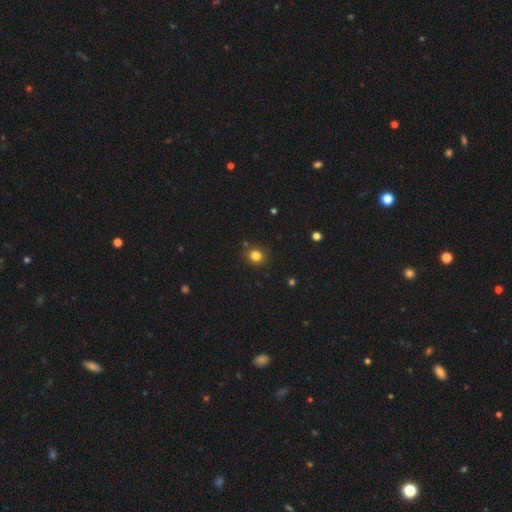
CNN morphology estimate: A smooth galaxy with no disk features (82%) that is round (84%).

Vote fractions:
- Smooth or featured? smooth: 82% / star or artifact: 13% / featured or disk: 5%
- How rounded? round: 84% / in between: 15% / cigar-shaped: 1%
- Merging? none: 89% / minor disturbance: 7% / major disturbance: 2% / merger: 2%